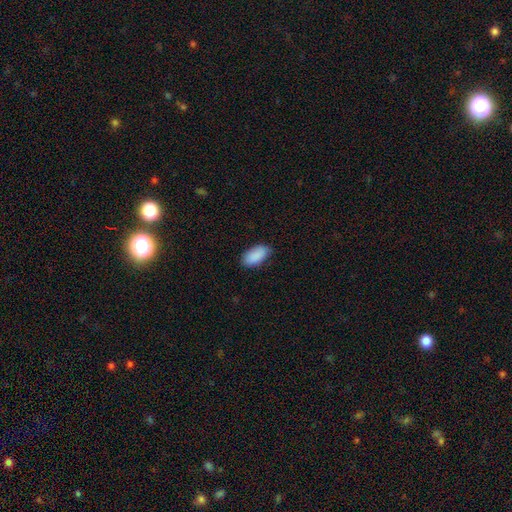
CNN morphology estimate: The model was most divided on "merging": none: 82%, minor disturbance: 15%, major disturbance: 3%, merger: 1%. More confident: how rounded — in between (94%); smooth or featured — smooth (90%).